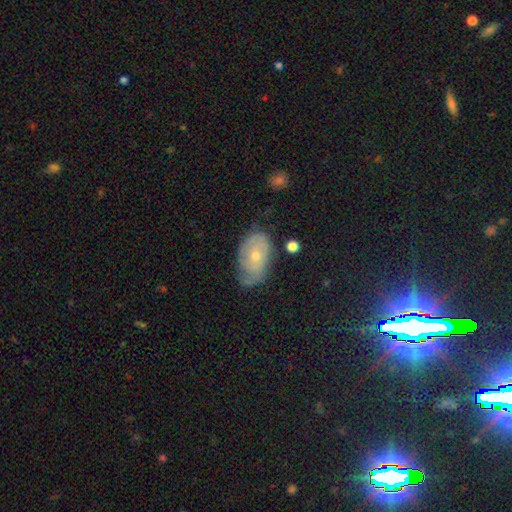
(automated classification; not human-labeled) Overall: featured or disk (57%; smooth 34%). Edge-on disk: no (95%). Bar: no (79%). Spiral arms: yes (78%). Bulge size: small (54%; moderate 42%). Merging: none (54%; minor disturbance 32%).